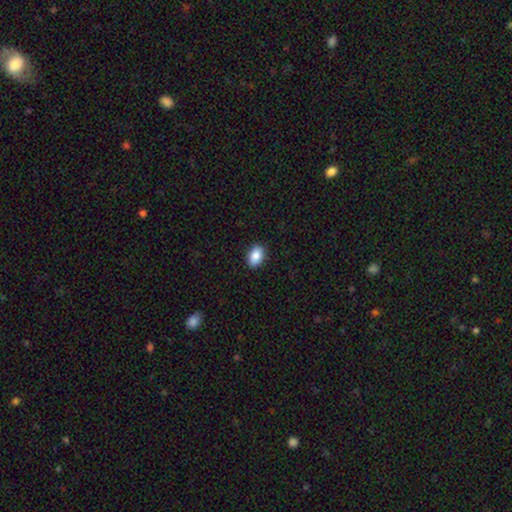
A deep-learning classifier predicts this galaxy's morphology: smooth 87%, star or artifact 8%, featured or disk 5%. Down the decision tree: how rounded — in between (86%); merging — none (89%).